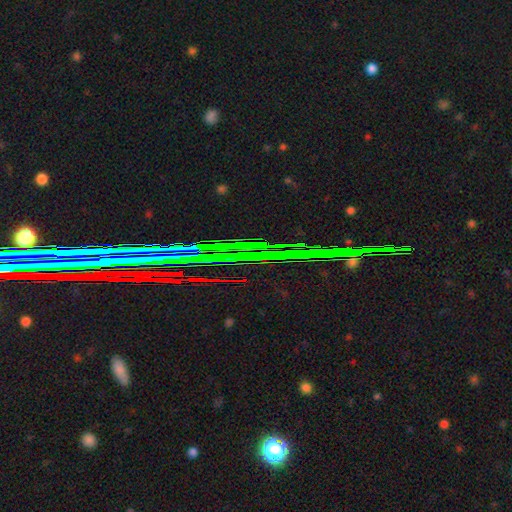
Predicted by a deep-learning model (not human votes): This is likely a star or artifact rather than a galaxy (76%).